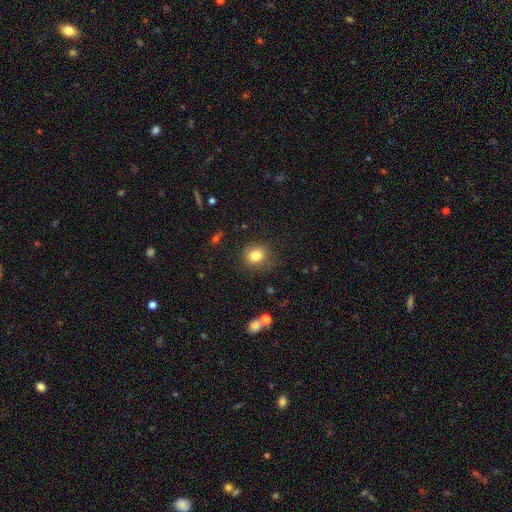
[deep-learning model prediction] smooth-or-featured: smooth: 82% | star or artifact: 11% | featured or disk: 7%
  how-rounded: round: 77% | in between: 22% | cigar-shaped: 1%
  merging: none: 82% | minor disturbance: 12% | major disturbance: 4% | merger: 2%